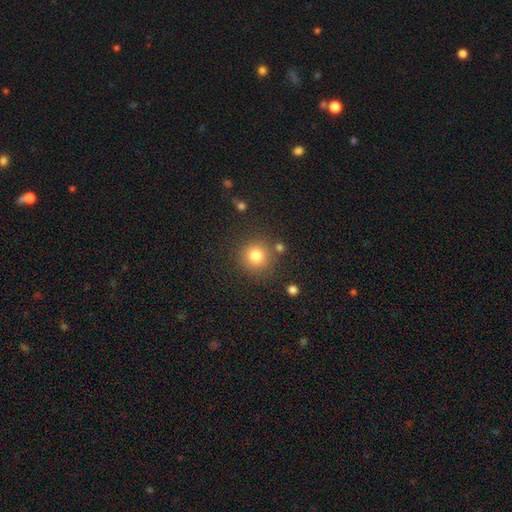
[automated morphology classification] This appears to be a smooth galaxy with no disk features (80%) that is round (94%). Merging: none (83%).